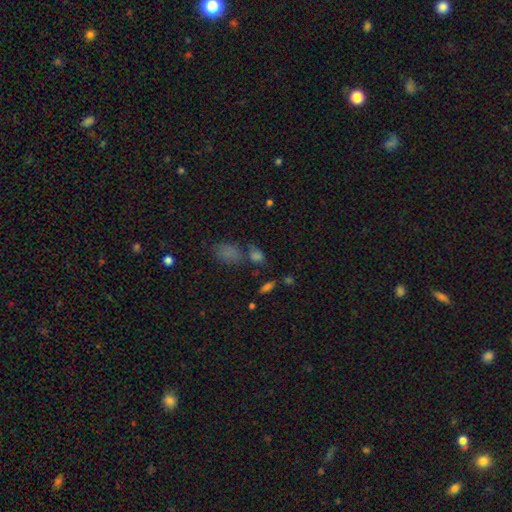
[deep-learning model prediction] A smooth galaxy with no disk features (66%) that is in between round and cigar-shaped (67%). Merging: none (57%).